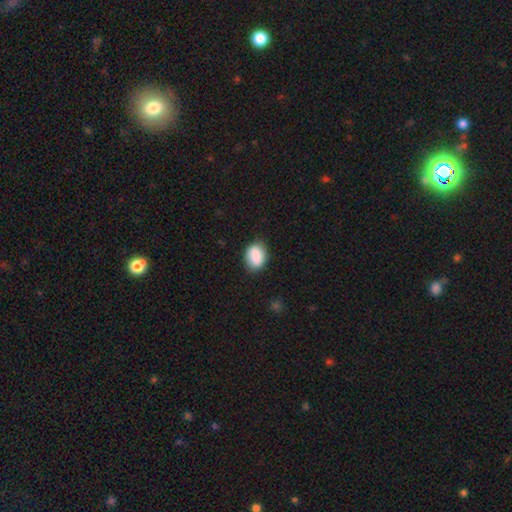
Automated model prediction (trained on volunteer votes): smooth-or-featured: smooth: 86% | star or artifact: 7% | featured or disk: 7%
  how-rounded: in between: 69% | round: 29% | cigar-shaped: 1%
  merging: none: 81% | minor disturbance: 15% | major disturbance: 3% | merger: 1%